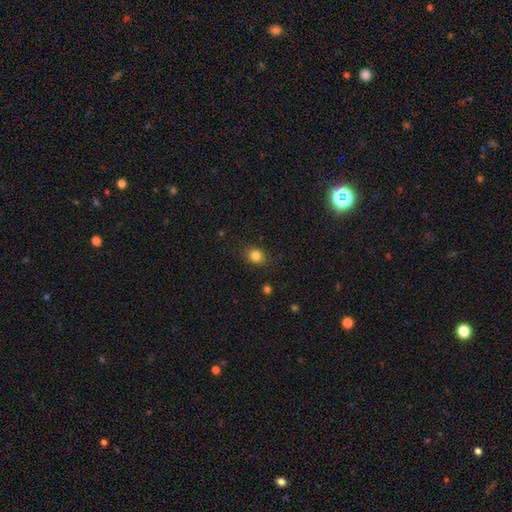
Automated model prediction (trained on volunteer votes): smooth_or_featured: smooth (p=0.83) [alt: star or artifact p=0.11]
how_rounded: round (p=0.61) [alt: in between p=0.38]
merging: none (p=0.85) [alt: minor disturbance p=0.11]